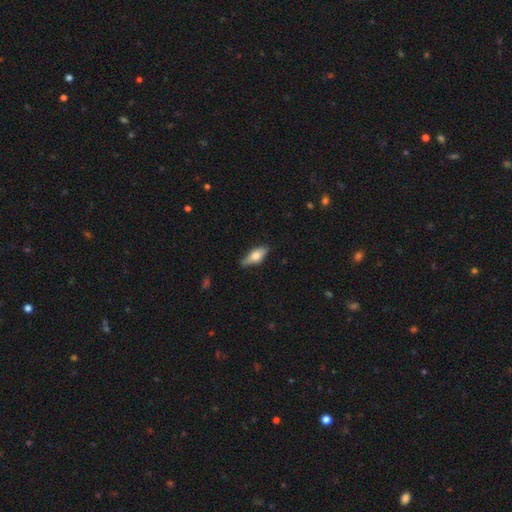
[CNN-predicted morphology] smooth 62%, featured or disk 32%, star or artifact 6%. Down the decision tree: how rounded — in between (71%); merging — none (79%).